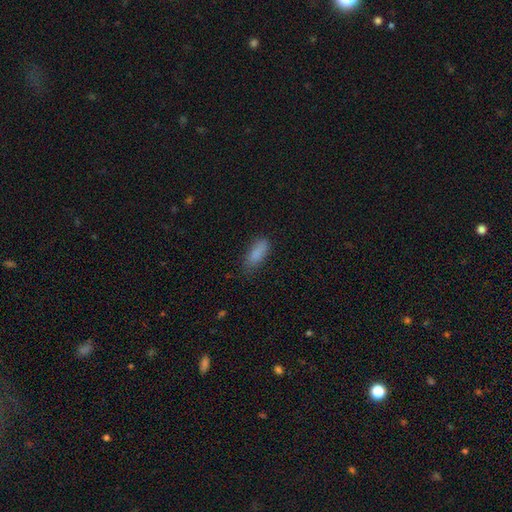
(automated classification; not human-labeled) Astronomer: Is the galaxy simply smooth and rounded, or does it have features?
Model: smooth — 84%.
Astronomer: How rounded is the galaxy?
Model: in between — 71%.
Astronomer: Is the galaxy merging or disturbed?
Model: none — 74%.